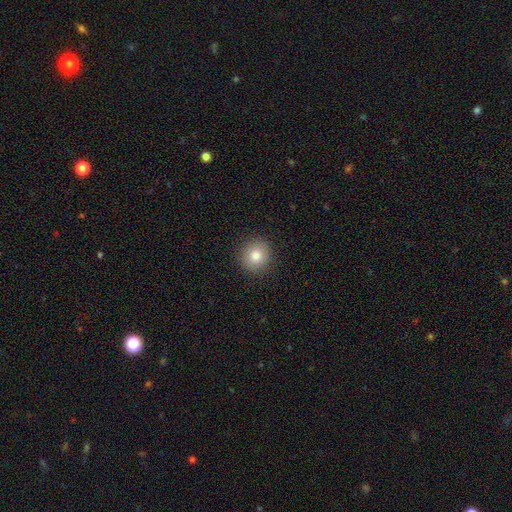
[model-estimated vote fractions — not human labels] smooth_or_featured: smooth (p=0.81) [alt: star or artifact p=0.10]
how_rounded: round (p=0.90) [alt: in between p=0.09]
merging: none (p=0.91) [alt: minor disturbance p=0.06]